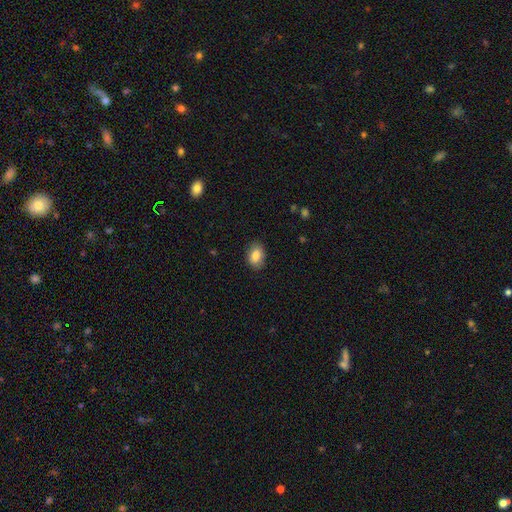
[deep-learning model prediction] Smooth or featured: smooth — 83% (featured or disk — 10%)
How rounded: in between — 81% (round — 18%)
Merging: none — 87% (minor disturbance — 10%)